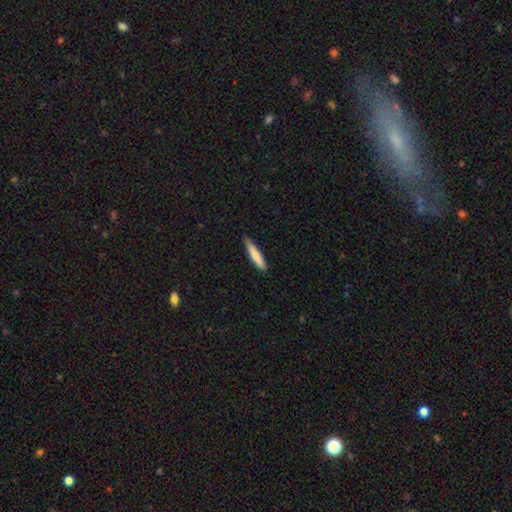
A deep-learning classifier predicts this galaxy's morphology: This is likely a smooth galaxy (76%). How rounded: clearly cigar-shaped (88%). Merging: clearly none (82%).